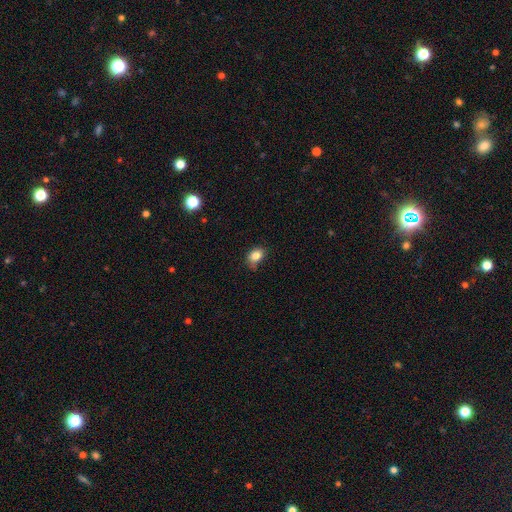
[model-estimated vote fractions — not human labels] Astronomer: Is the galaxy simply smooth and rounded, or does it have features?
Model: smooth — 85%.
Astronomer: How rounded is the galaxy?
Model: in between — 70%.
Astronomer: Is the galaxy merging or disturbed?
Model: none — 62%.